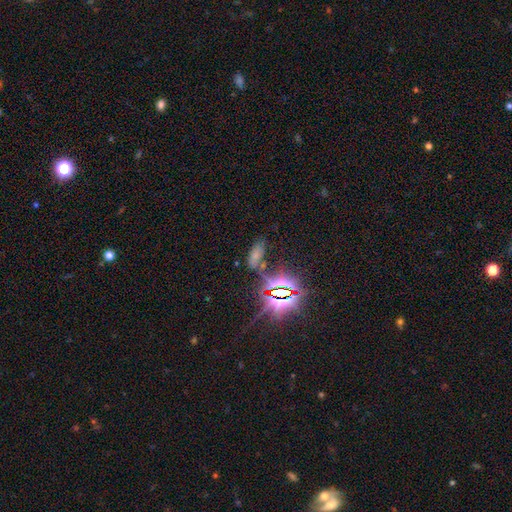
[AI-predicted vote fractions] smooth-or-featured: smooth: 50% | star or artifact: 38% | featured or disk: 12%
  merging: none: 58% | minor disturbance: 19% | merger: 12% | major disturbance: 10%